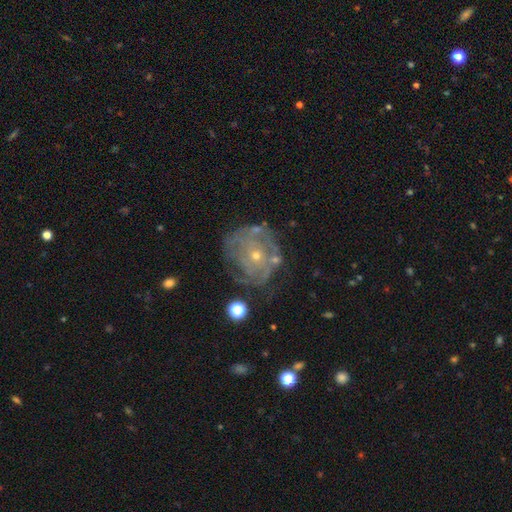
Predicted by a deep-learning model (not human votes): This appears to be a featured or disk galaxy (75%) with no bar (84%), tight (65%) spiral arms (69%) and a small central bulge (69%). Merging: none (57%).